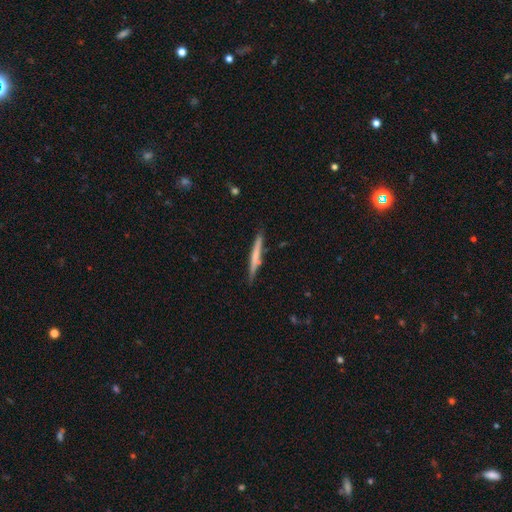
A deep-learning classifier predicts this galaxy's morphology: Q: Smooth or featured?
A: smooth (51%); runner-up: featured or disk (44%)
Q: How rounded?
A: cigar-shaped (96%); runner-up: in between (3%)
Q: Merging?
A: none (86%); runner-up: minor disturbance (10%)